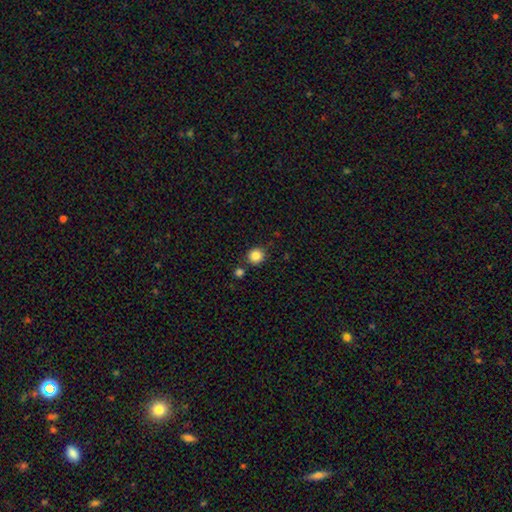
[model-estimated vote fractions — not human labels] This is clearly a smooth galaxy (85%). How rounded: clearly round (91%). Merging: clearly none (84%).